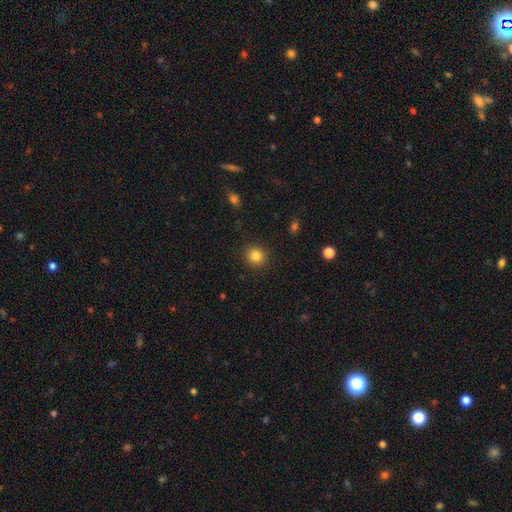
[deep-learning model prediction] smooth_or_featured: smooth (p=0.85) [alt: star or artifact p=0.10]
how_rounded: round (p=0.88) [alt: in between p=0.11]
merging: none (p=0.90) [alt: minor disturbance p=0.06]